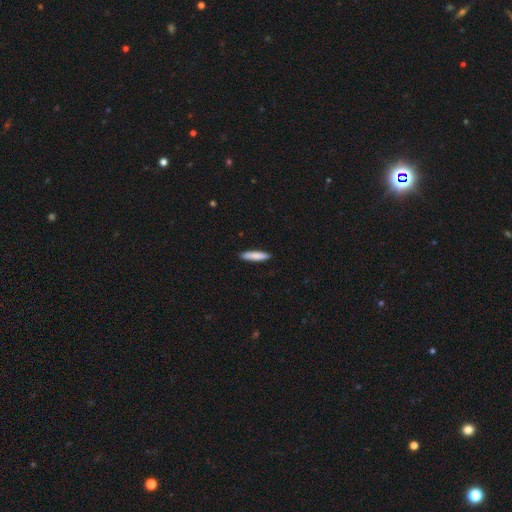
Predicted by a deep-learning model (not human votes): Smooth or featured?
  - smooth: 84% *
  - featured or disk: 10%
  - star or artifact: 5%
How rounded?
  - cigar-shaped: 86% *
  - in between: 13%
  - round: 1%
Merging?
  - none: 90% *
  - minor disturbance: 7%
  - major disturbance: 1%
  - merger: 1%